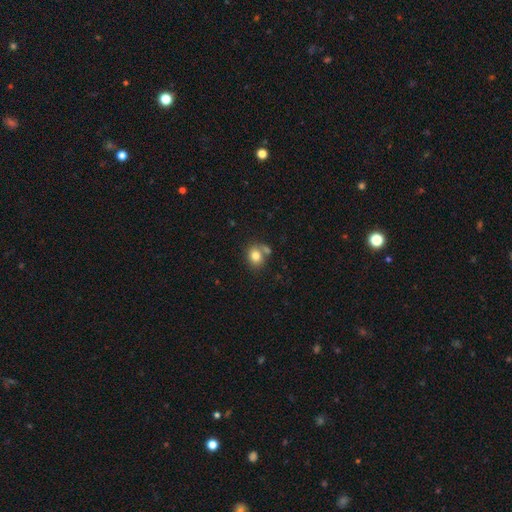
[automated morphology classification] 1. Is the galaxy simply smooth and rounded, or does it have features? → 80% smooth, 10% star or artifact, 10% featured or disk.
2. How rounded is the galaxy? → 54% round, 45% in between, 1% cigar-shaped.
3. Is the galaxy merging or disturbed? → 58% none, 23% merger, 14% minor disturbance, 5% major disturbance.